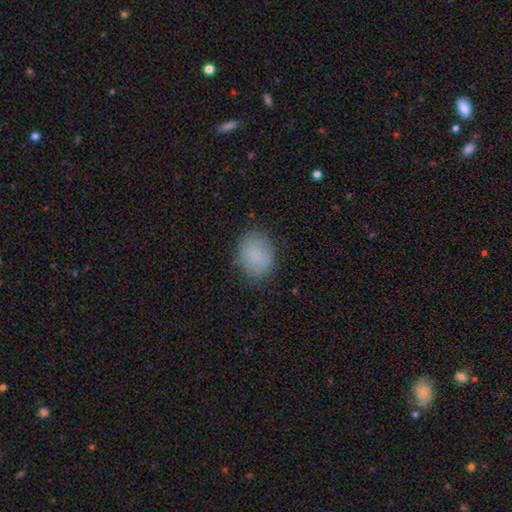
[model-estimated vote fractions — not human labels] The model was most divided on "how rounded": in between: 55%, round: 44%, cigar-shaped: 1%. More confident: smooth or featured — smooth (85%); merging — none (81%).